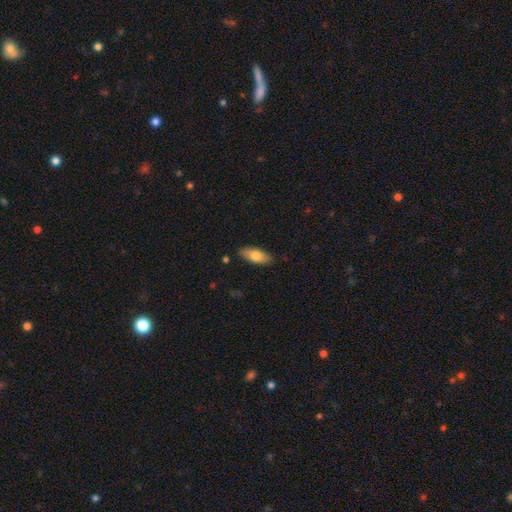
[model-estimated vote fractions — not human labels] A smooth galaxy with no disk features (76%) that is in between round and cigar-shaped (82%).

Vote fractions:
- Smooth or featured? smooth: 76% / featured or disk: 17% / star or artifact: 6%
- How rounded? in between: 82% / cigar-shaped: 15% / round: 2%
- Merging? none: 85% / minor disturbance: 12% / major disturbance: 2% / merger: 1%